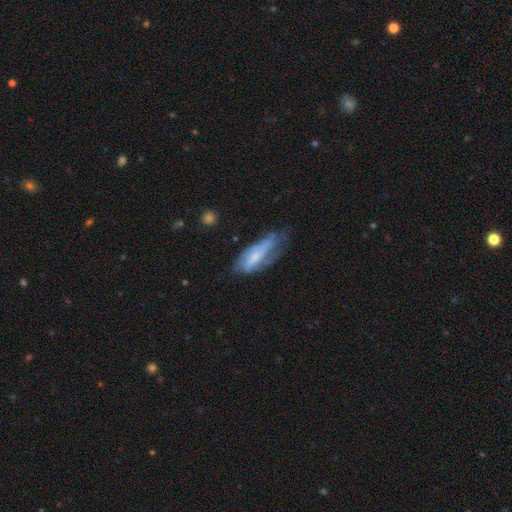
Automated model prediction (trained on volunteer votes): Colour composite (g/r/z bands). It shows a featured or disk galaxy (59%). Merging: none (40%).